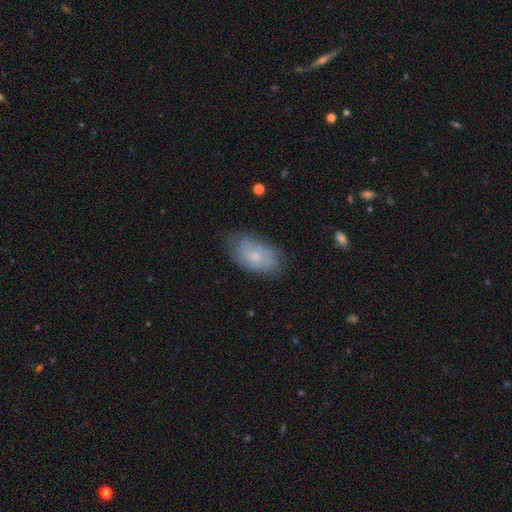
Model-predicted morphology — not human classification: Smooth or featured? Predicted: smooth (p=0.55). How rounded? Predicted: in between (p=0.92). Merging? Predicted: none (p=0.62).